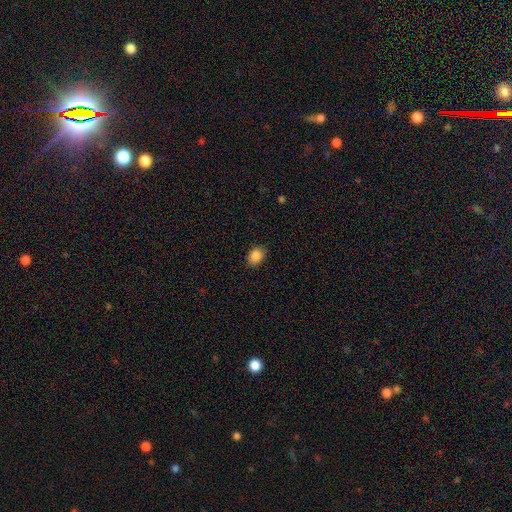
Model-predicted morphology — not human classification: This is clearly a smooth galaxy (87%). How rounded: likely in between (76%). Merging: clearly none (85%).